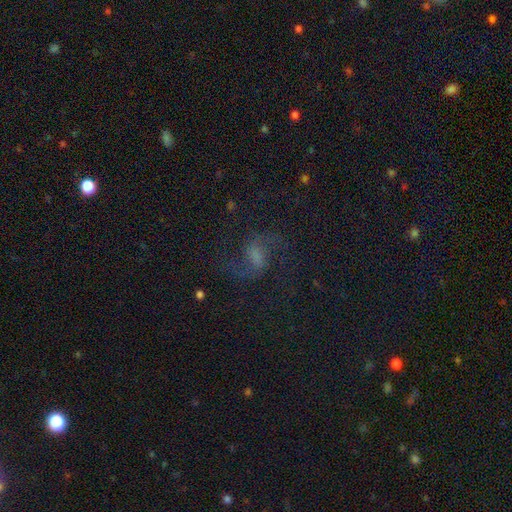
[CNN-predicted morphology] featured or disk 73%, star or artifact 15%, smooth 12%. Down the decision tree: edge-on disk — no (97%); bar — weak (52%); spiral arms — yes (95%); spiral arm count — 2 (92%); spiral winding — loose (51%); bulge size — none (31%); merging — none (73%).